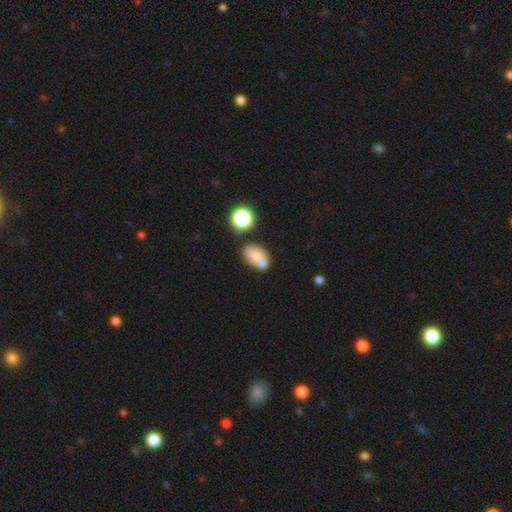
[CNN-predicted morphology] Overall: smooth (72%). How rounded: in between (82%). Merging: none (49%; merger 30%).